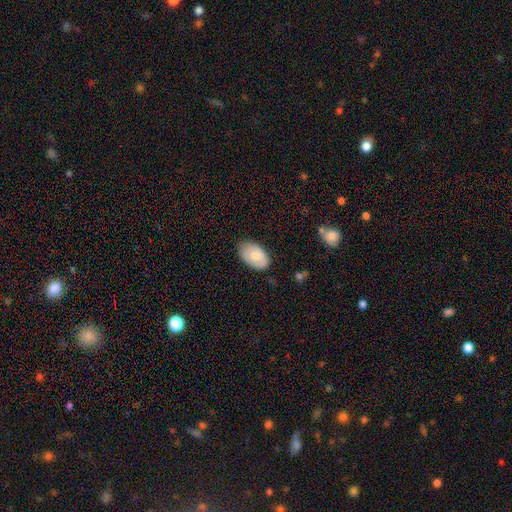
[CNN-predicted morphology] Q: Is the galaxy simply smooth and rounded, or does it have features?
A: smooth — 73%.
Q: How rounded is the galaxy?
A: in between — 93%.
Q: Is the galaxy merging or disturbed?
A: none — 78%.